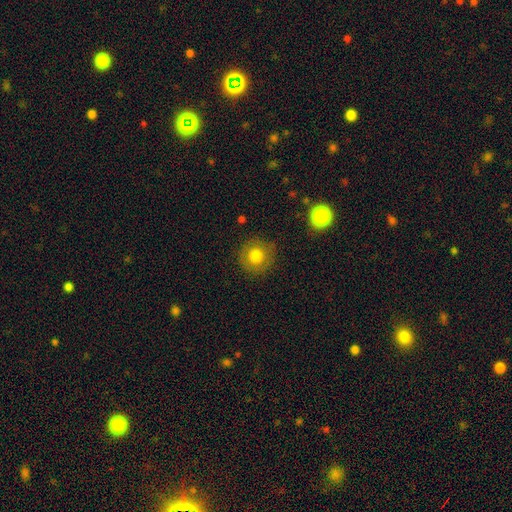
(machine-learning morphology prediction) Smooth or featured? Predicted: smooth (p=0.77). How rounded? Predicted: round (p=0.93). Merging? Predicted: none (p=0.86).